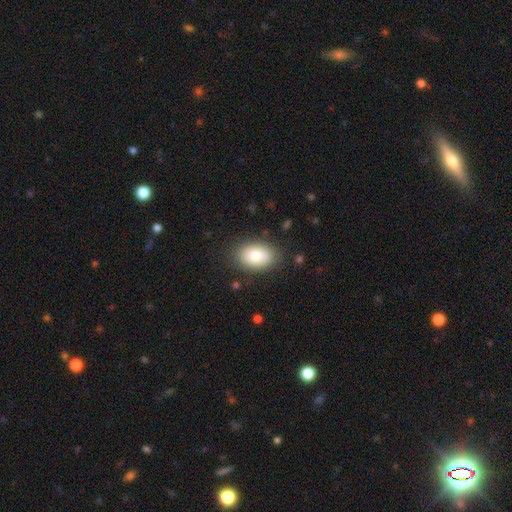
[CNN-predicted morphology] Smooth or featured? smooth (80%)
How rounded? in between (86%)
Merging? none (84%)